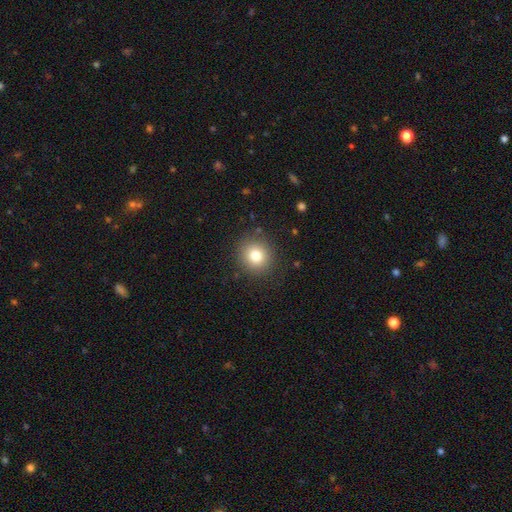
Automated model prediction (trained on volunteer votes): The model was most divided on "smooth or featured": smooth: 80%, star or artifact: 12%, featured or disk: 9%. More confident: how rounded — round (90%); merging — none (88%).